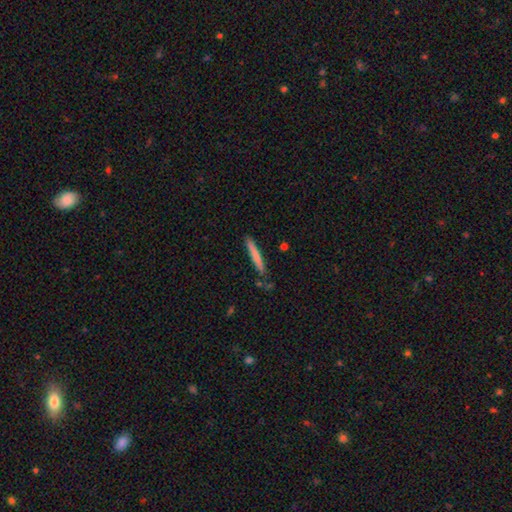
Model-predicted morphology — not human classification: type=smooth (71%); roundness=cigar-shaped (96%); merging=none (83%).